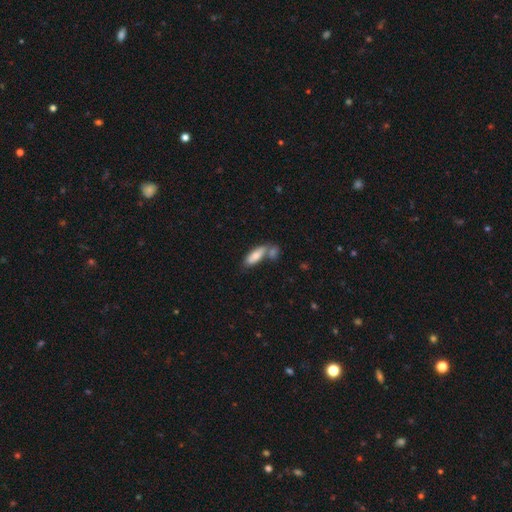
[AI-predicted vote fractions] Smooth or featured? smooth (79%)
How rounded? in between (61%)
Merging? none (45%)